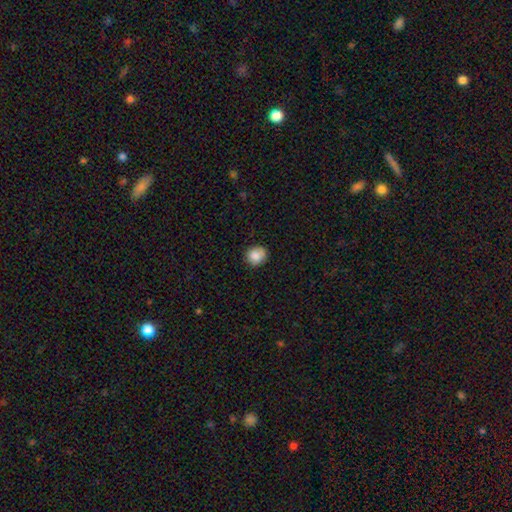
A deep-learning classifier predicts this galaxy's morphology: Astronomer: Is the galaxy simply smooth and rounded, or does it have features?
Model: smooth — 85%.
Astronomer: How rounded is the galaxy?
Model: round — 84%.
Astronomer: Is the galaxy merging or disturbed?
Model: none — 82%.